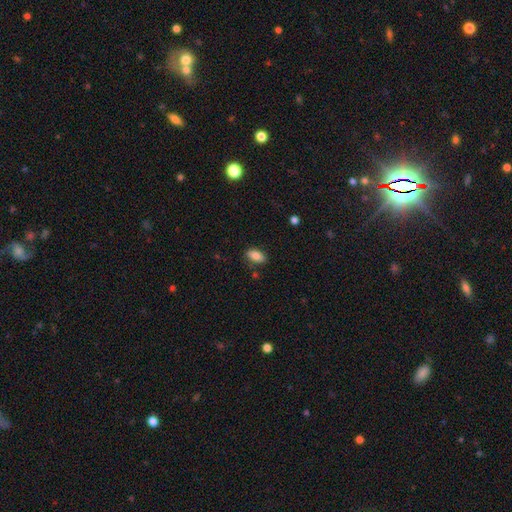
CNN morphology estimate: The model was most divided on "merging": none: 82%, minor disturbance: 12%, merger: 3%, major disturbance: 3%. More confident: how rounded — in between (92%); smooth or featured — smooth (83%).